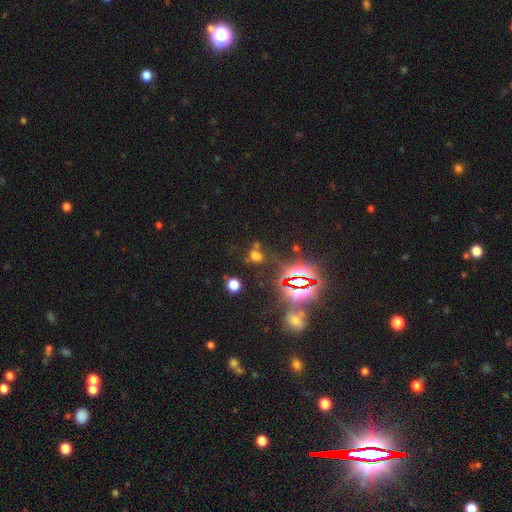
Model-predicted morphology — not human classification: Overall: star or artifact (50%; smooth 40%).